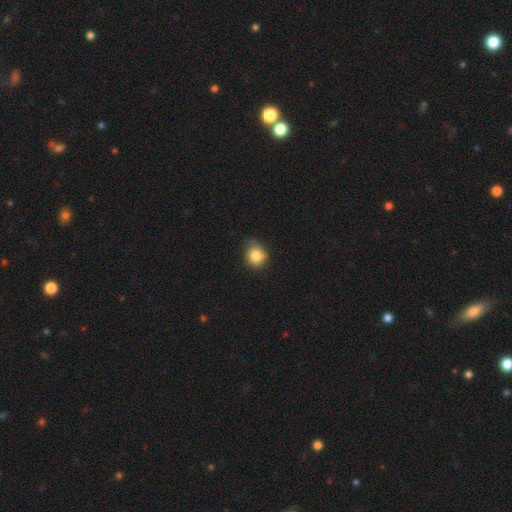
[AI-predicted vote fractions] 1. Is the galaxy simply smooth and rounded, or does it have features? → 81% smooth, 10% star or artifact, 9% featured or disk.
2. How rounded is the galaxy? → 69% round, 30% in between, 1% cigar-shaped.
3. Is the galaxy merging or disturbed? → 54% none, 37% minor disturbance, 7% major disturbance, 2% merger.